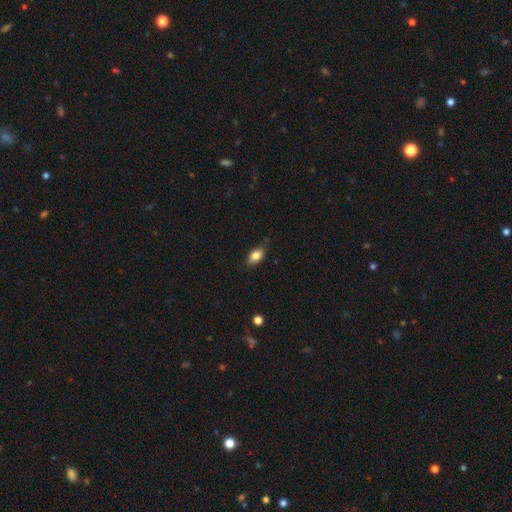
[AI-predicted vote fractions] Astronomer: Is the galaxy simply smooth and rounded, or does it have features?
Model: smooth — 82%.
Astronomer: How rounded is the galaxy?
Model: in between — 86%.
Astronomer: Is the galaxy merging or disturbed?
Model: none — 82%.